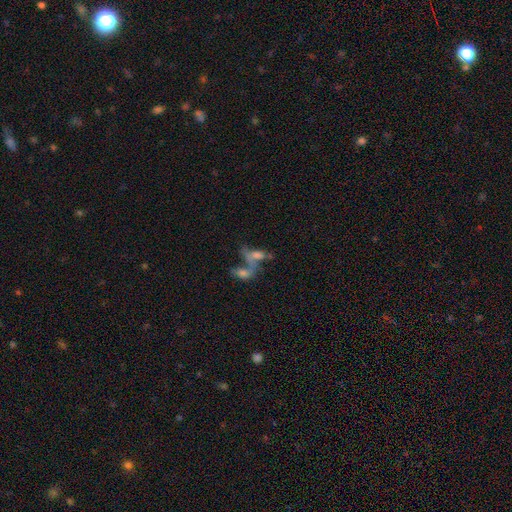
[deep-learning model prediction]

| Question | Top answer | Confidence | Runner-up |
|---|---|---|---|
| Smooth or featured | smooth | 41% | featured or disk (40%) |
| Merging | merger | 59% | none (20%) |